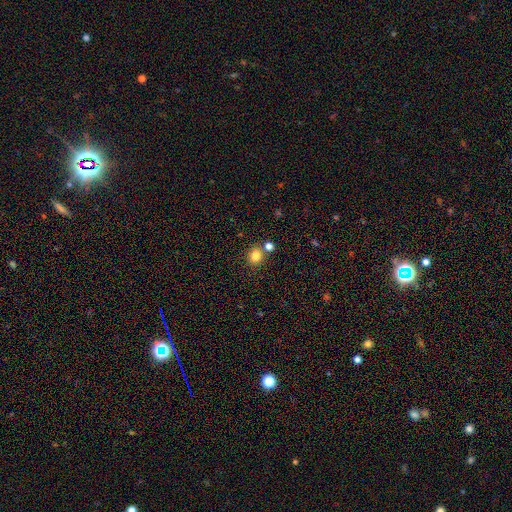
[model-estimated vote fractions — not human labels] smooth_or_featured: smooth (p=0.82) [alt: star or artifact p=0.12]
how_rounded: round (p=0.70) [alt: in between p=0.29]
merging: none (p=0.71) [alt: merger p=0.17]